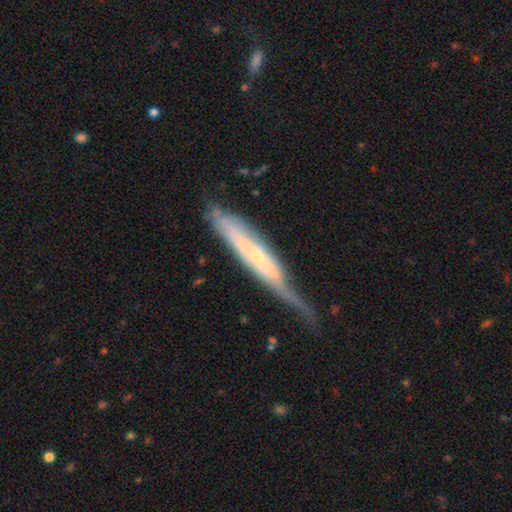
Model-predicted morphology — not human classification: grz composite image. It shows a featured or disk galaxy (66%) viewed edge-on (69%). Merging: none (46%).